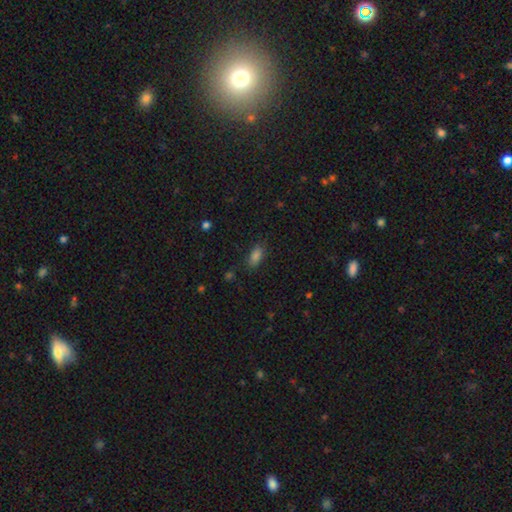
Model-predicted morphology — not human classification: Smooth or featured: smooth — 82% (star or artifact — 13%)
How rounded: in between — 87% (cigar-shaped — 10%)
Merging: none — 82% (minor disturbance — 13%)